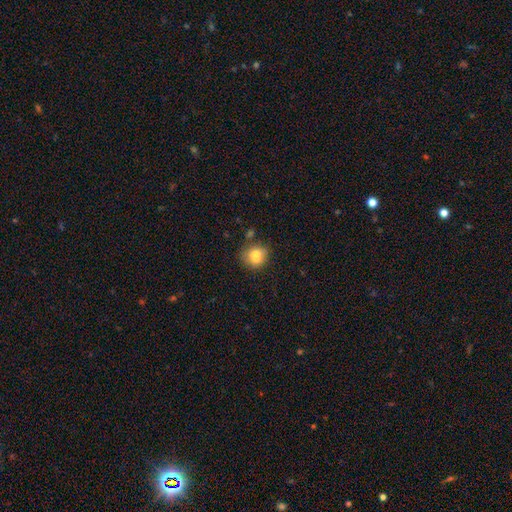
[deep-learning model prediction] The model was most divided on "merging": none: 62%, minor disturbance: 19%, merger: 14%, major disturbance: 5%. More confident: smooth or featured — smooth (79%); how rounded — round (71%).